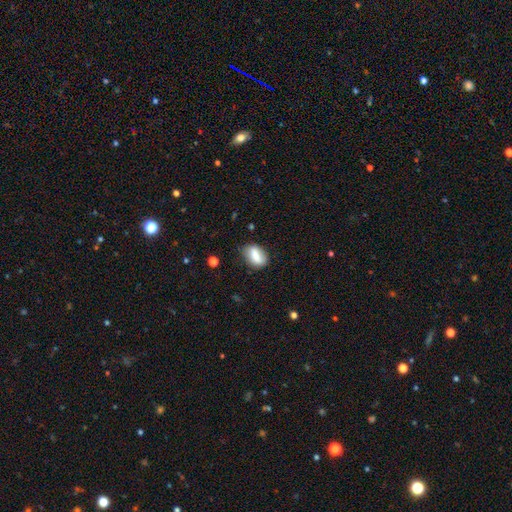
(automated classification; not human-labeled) smooth_or_featured: smooth (p=0.75) [alt: featured or disk p=0.18]
how_rounded: in between (p=0.83) [alt: round p=0.12]
merging: none (p=0.71) [alt: minor disturbance p=0.21]